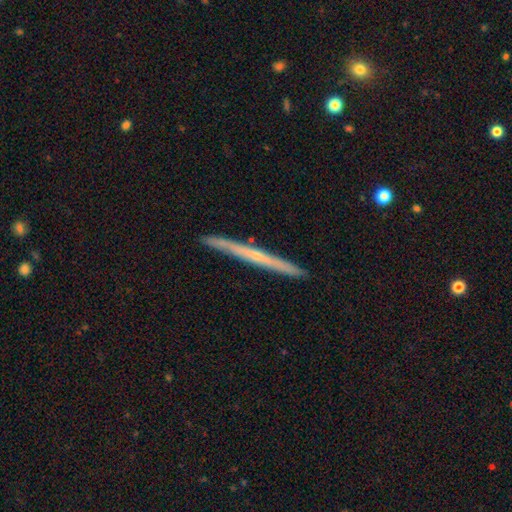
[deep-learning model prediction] Morphology: type=featured or disk (62%); edge-on=yes (97%); edge-on bulge=none (68%); merging=none (91%).